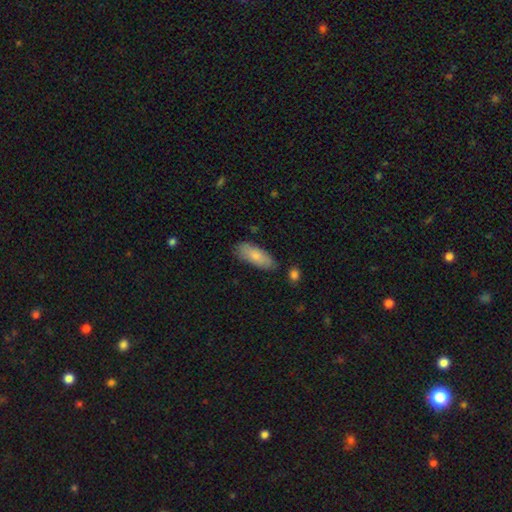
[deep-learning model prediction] A smooth galaxy with no disk features (81%) that is in between round and cigar-shaped (77%). Merging: none (78%).